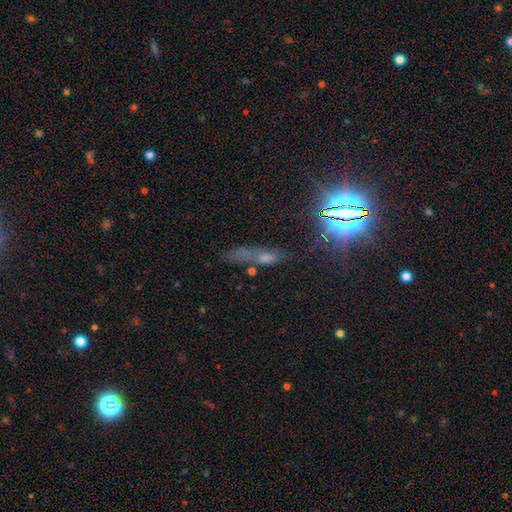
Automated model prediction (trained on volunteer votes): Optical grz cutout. It shows a star or artifact, not a galaxy (59%).